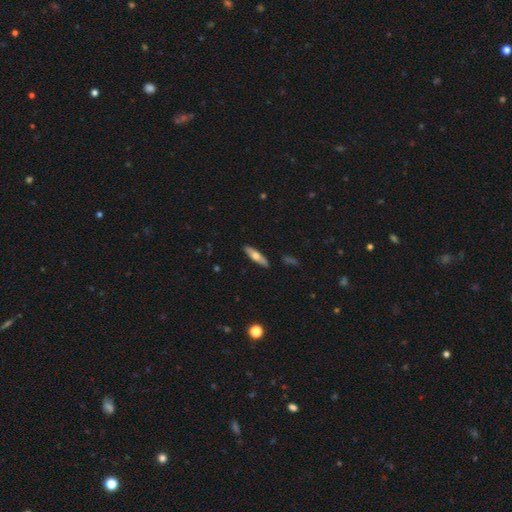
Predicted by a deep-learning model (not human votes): Morphology: type=smooth (55%); roundness=cigar-shaped (65%); merging=none (89%).